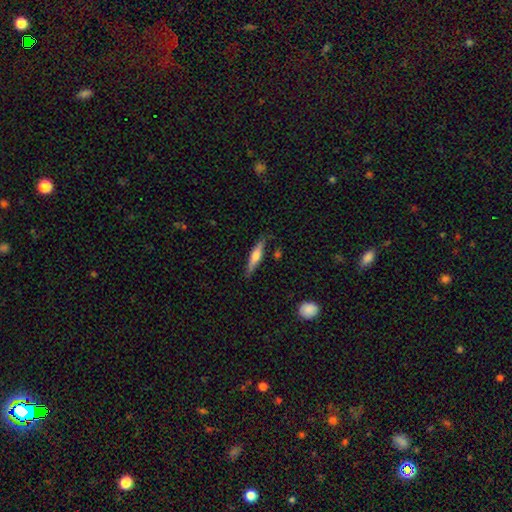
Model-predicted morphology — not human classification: Smooth or featured?
  - featured or disk: 48% *
  - smooth: 47%
  - star or artifact: 6%
Merging?
  - none: 82% *
  - minor disturbance: 13%
  - major disturbance: 3%
  - merger: 2%